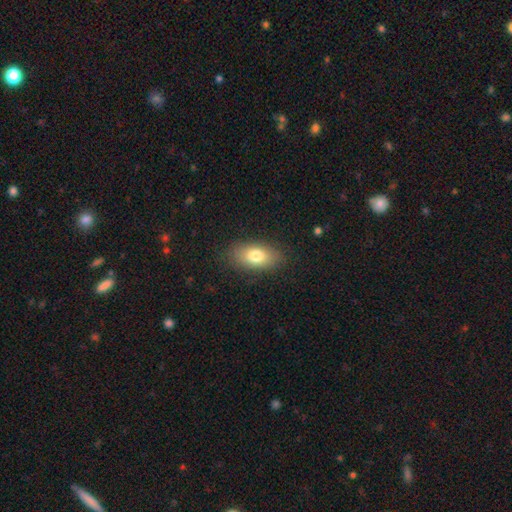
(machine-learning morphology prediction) smooth 78%, featured or disk 14%, star or artifact 8%. Down the decision tree: how rounded — in between (89%); merging — none (85%).